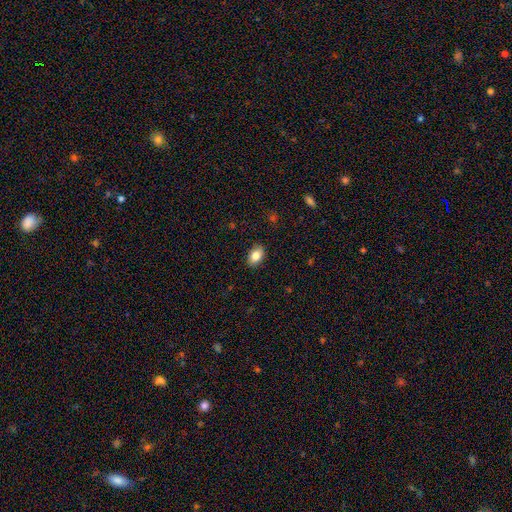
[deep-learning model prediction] Overall: smooth (83%). How rounded: in between (86%). Merging: none (89%).